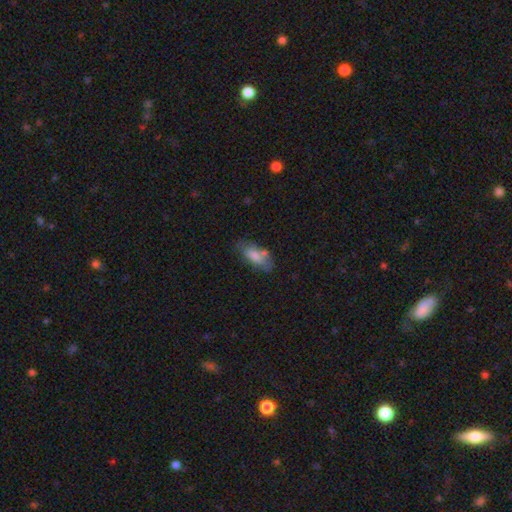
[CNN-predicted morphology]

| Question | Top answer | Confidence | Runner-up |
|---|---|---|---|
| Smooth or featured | smooth | 74% | featured or disk (19%) |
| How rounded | in between | 84% | cigar-shaped (13%) |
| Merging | none | 53% | minor disturbance (24%) |